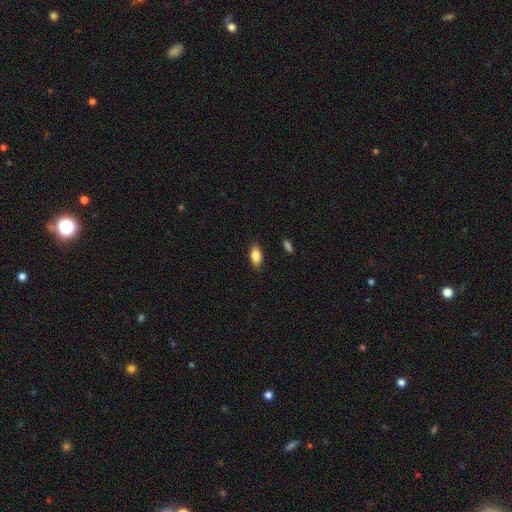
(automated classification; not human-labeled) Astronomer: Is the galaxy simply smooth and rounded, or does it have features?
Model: smooth — 85%.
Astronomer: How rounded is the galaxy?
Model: in between — 90%.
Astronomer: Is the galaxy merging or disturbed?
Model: none — 86%.